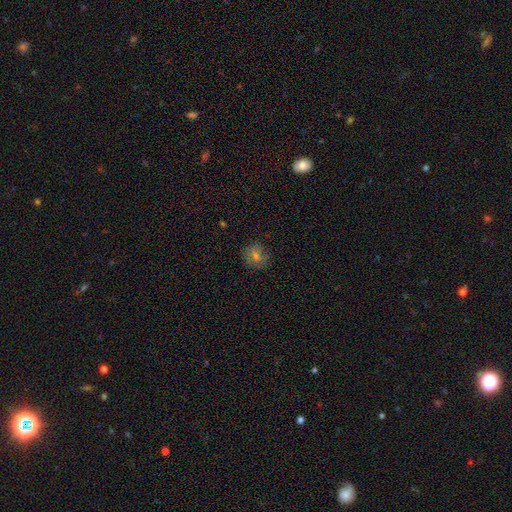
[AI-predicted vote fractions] Overall: smooth (54%; featured or disk 27%). How rounded: round (86%). Merging: none (82%).